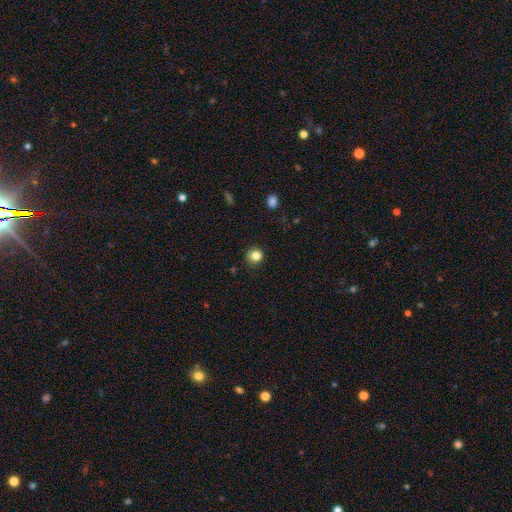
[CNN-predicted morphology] The model was most divided on "smooth or featured": smooth: 83%, star or artifact: 12%, featured or disk: 6%. More confident: how rounded — round (90%); merging — none (84%).